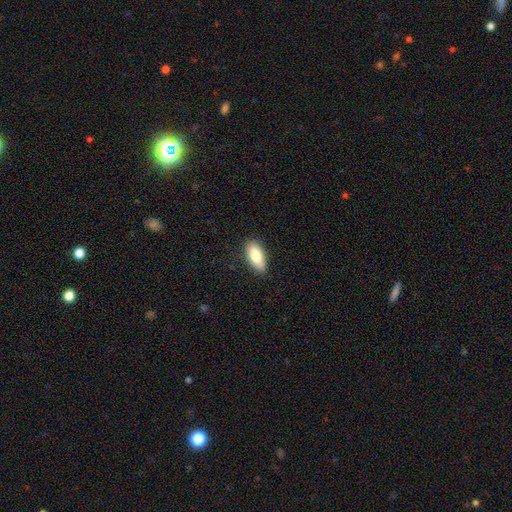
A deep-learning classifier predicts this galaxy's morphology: Smooth or featured? Predicted: smooth (p=0.80). How rounded? Predicted: in between (p=0.84). Merging? Predicted: none (p=0.84).